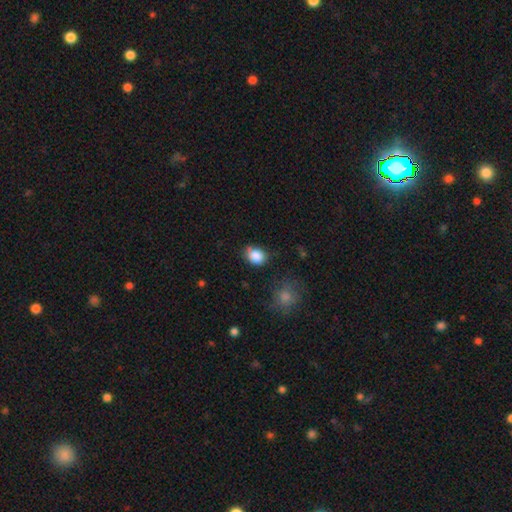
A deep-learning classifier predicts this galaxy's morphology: Q: Smooth or featured?
A: smooth (85%); runner-up: star or artifact (9%)
Q: How rounded?
A: in between (54%); runner-up: round (45%)
Q: Merging?
A: none (63%); runner-up: minor disturbance (26%)